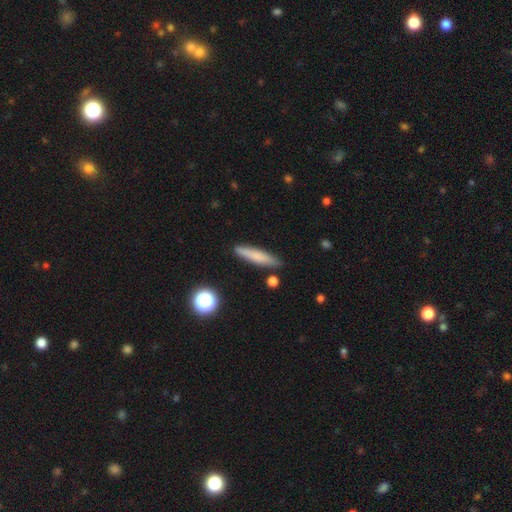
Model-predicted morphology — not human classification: This appears to be a smooth galaxy with no disk features (72%) that is cigar-shaped (87%). Merging: none (85%).